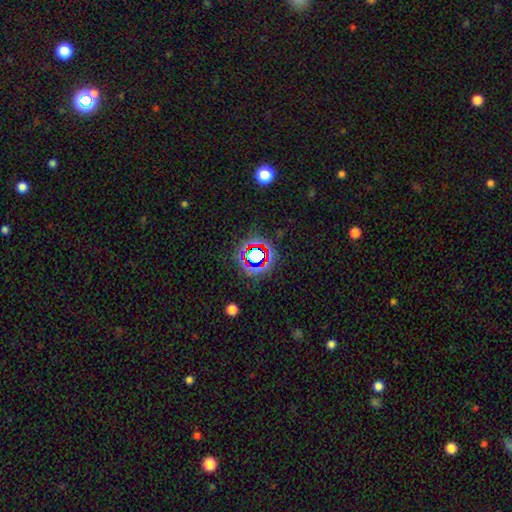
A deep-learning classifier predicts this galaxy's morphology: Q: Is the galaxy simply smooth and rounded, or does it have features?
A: star or artifact — 65%.